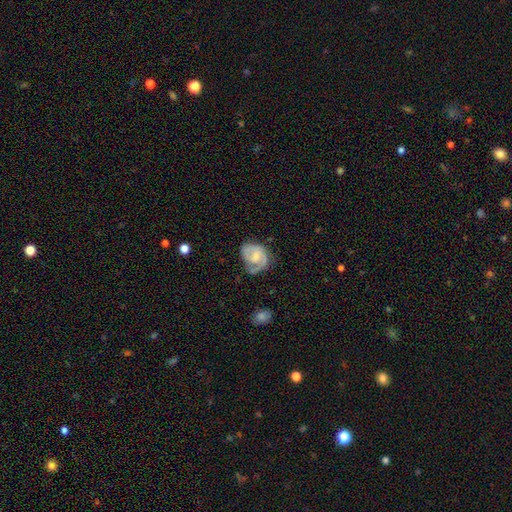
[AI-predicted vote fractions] Morphology: type=featured or disk (69%); edge-on=no (98%); bar=no (48%); spiral arms=yes (88%); winding=tight (44%); arm count=2 (49%); bulge=small (37%); merging=none (47%).